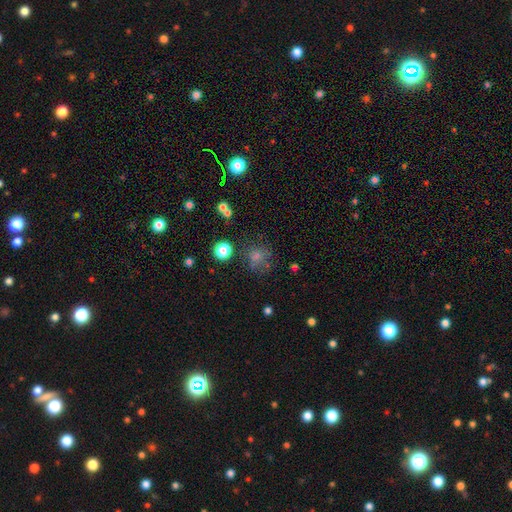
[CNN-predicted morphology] Q: Smooth or featured?
A: smooth (58%); runner-up: star or artifact (29%)
Q: How rounded?
A: round (85%); runner-up: in between (14%)
Q: Merging?
A: none (71%); runner-up: minor disturbance (16%)